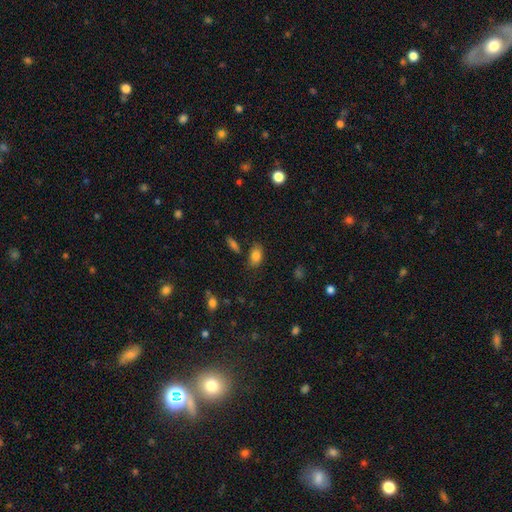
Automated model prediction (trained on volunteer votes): This is clearly a smooth galaxy (84%). How rounded: clearly in between (86%). Merging: likely none (74%).